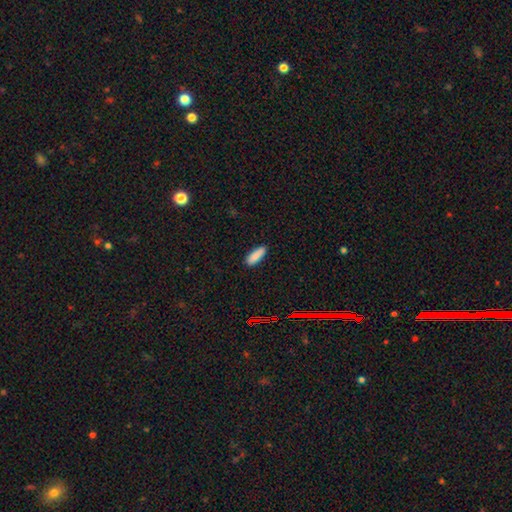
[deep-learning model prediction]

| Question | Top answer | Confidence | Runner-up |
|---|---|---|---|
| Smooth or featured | smooth | 88% | star or artifact (8%) |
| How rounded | in between | 60% | cigar-shaped (38%) |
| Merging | none | 87% | minor disturbance (10%) |